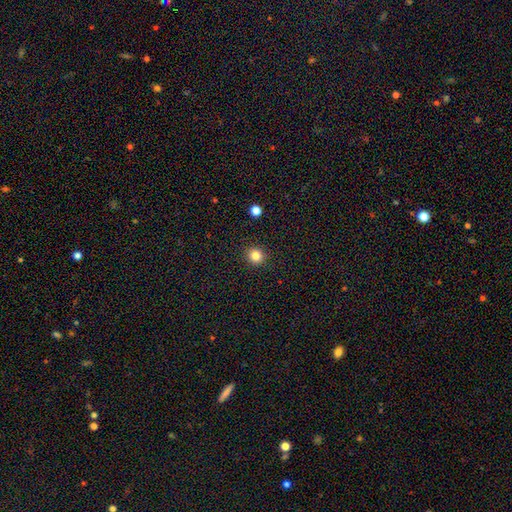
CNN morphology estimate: This is clearly a smooth galaxy (83%). How rounded: clearly round (92%). Merging: clearly none (92%).